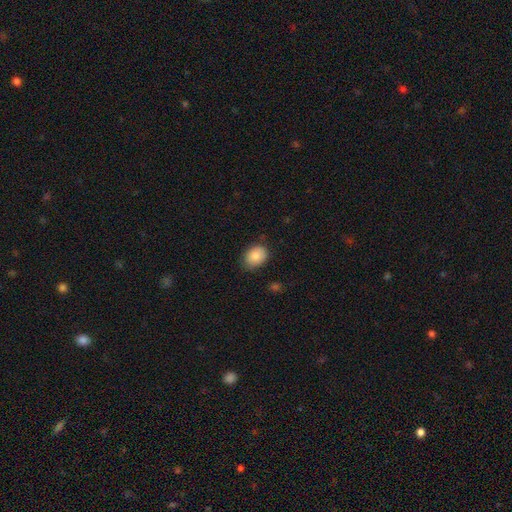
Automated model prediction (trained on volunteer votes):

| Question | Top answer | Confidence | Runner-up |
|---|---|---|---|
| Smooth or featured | smooth | 85% | star or artifact (8%) |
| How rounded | in between | 66% | round (33%) |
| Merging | none | 76% | minor disturbance (19%) |